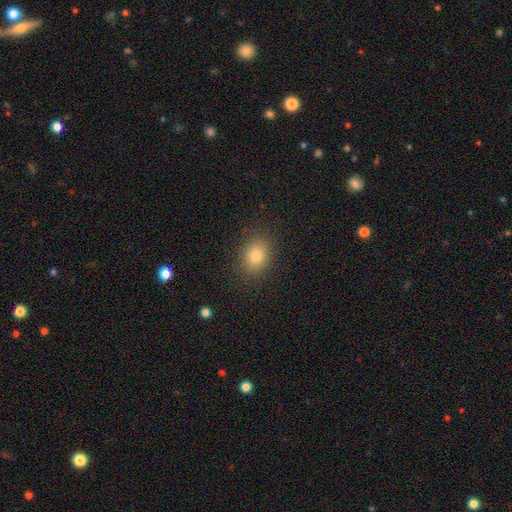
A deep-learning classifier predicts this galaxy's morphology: A smooth galaxy with no disk features (81%) that is in between round and cigar-shaped (57%).

Vote fractions:
- Smooth or featured? smooth: 81% / star or artifact: 12% / featured or disk: 7%
- How rounded? in between: 57% / round: 42% / cigar-shaped: 1%
- Merging? none: 87% / minor disturbance: 9% / major disturbance: 3% / merger: 1%